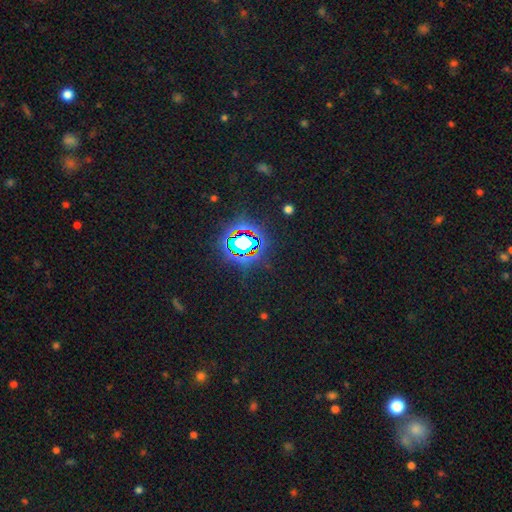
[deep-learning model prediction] Smooth or featured? star or artifact (82%)